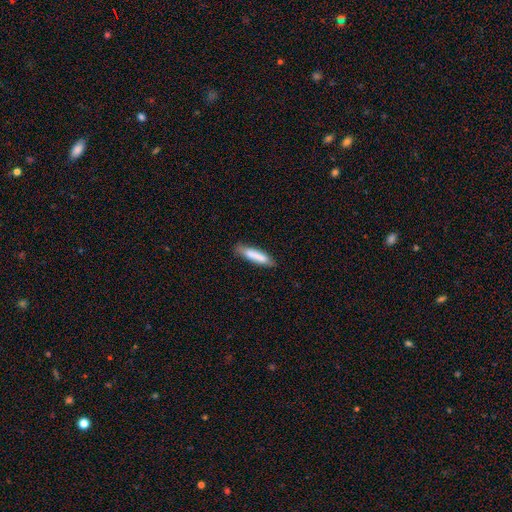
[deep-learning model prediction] Overall: smooth (80%). How rounded: cigar-shaped (79%). Merging: none (79%).